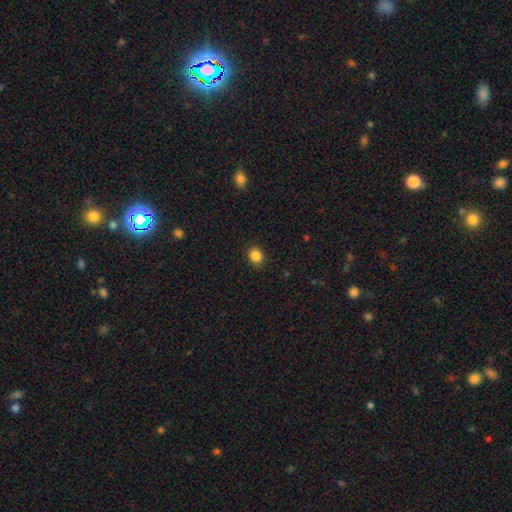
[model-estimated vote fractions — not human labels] Smooth or featured? smooth (86%)
How rounded? round (59%)
Merging? none (88%)